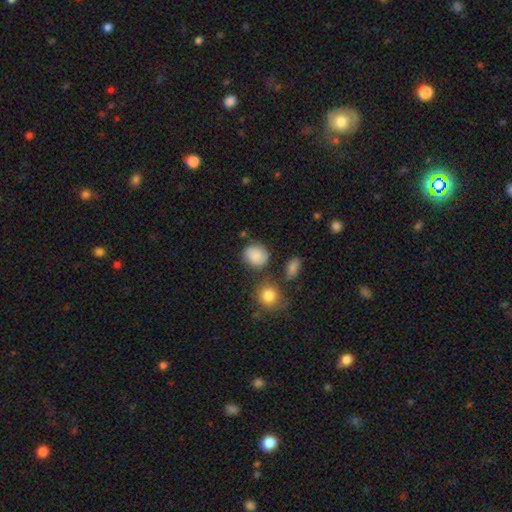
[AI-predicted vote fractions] A smooth galaxy with no disk features (82%) that is round (73%).

Vote fractions:
- Smooth or featured? smooth: 82% / star or artifact: 9% / featured or disk: 9%
- How rounded? round: 73% / in between: 26% / cigar-shaped: 1%
- Merging? none: 72% / minor disturbance: 17% / merger: 6% / major disturbance: 5%